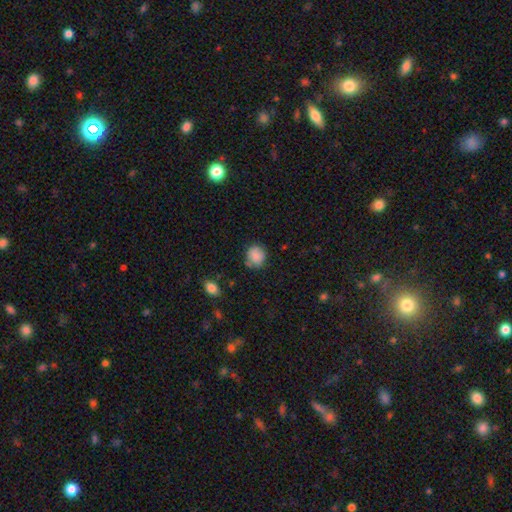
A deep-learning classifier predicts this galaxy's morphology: A smooth galaxy with no disk features (85%) that is round (79%).

Vote fractions:
- Smooth or featured? smooth: 85% / star or artifact: 8% / featured or disk: 7%
- How rounded? round: 79% / in between: 20% / cigar-shaped: 1%
- Merging? none: 76% / minor disturbance: 17% / merger: 4% / major disturbance: 4%